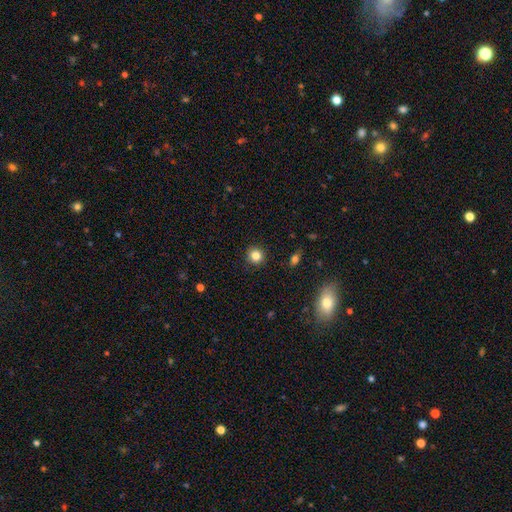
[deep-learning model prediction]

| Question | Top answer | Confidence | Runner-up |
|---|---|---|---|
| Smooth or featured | smooth | 83% | star or artifact (12%) |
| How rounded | round | 92% | in between (7%) |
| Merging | none | 91% | minor disturbance (6%) |